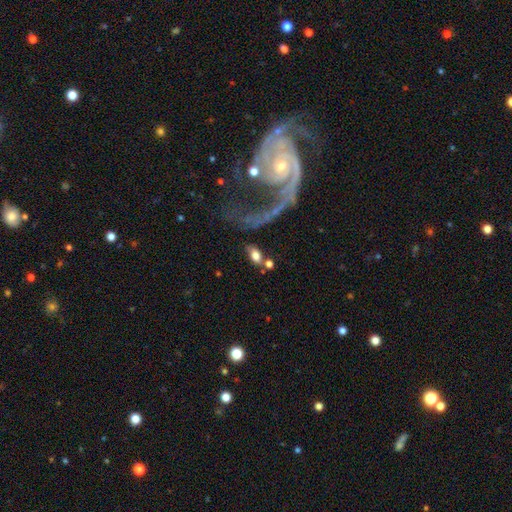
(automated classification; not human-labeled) The model was most divided on "merging": none: 54%, merger: 21%, minor disturbance: 14%, major disturbance: 10%. More confident: how rounded — in between (88%); smooth or featured — smooth (71%).